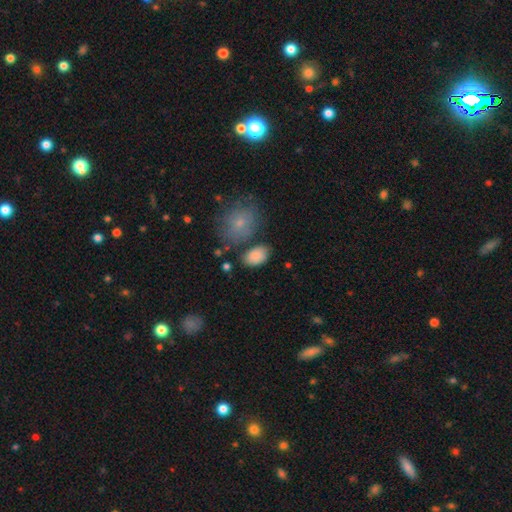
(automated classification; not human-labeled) This is clearly a smooth galaxy (85%). How rounded: clearly in between (86%). Merging: likely none (67%).